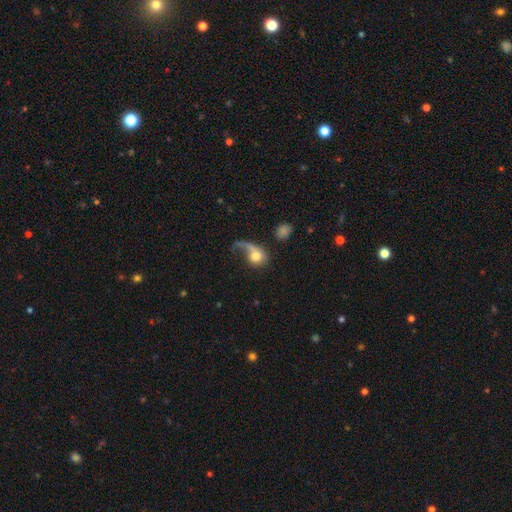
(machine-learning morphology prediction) A smooth galaxy with no disk features (54%) that is round (62%).

Vote fractions:
- Smooth or featured? smooth: 54% / featured or disk: 37% / star or artifact: 9%
- How rounded? round: 62% / in between: 35% / cigar-shaped: 3%
- Merging? major disturbance: 54% / none: 22% / minor disturbance: 14% / merger: 10%